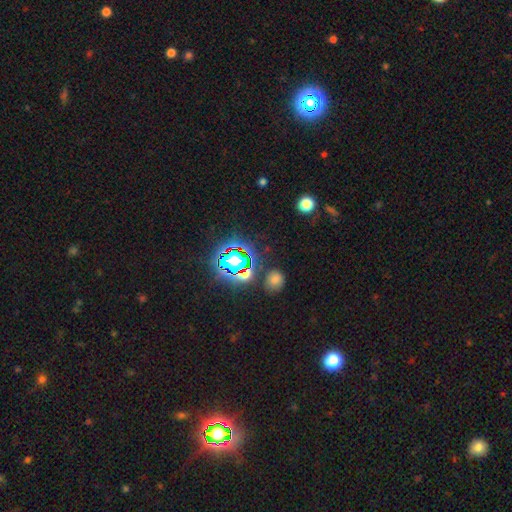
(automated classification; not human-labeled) smooth-or-featured: star or artifact: 80% | smooth: 13% | featured or disk: 8%